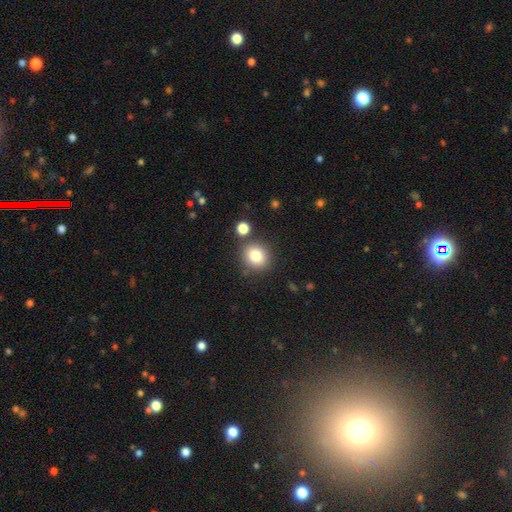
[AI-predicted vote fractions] Smooth or featured: smooth — 81% (star or artifact — 11%)
How rounded: round — 83% (in between — 16%)
Merging: none — 80% (minor disturbance — 9%)